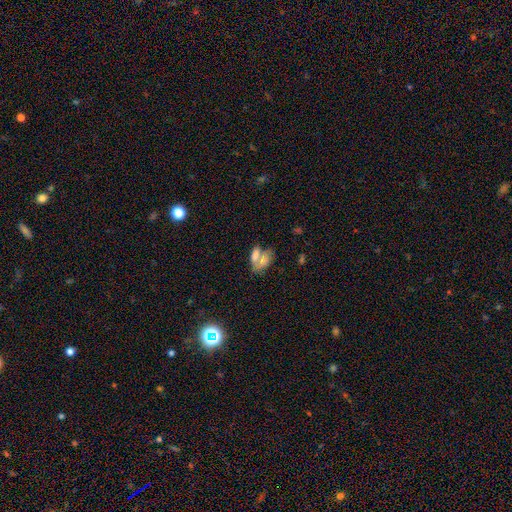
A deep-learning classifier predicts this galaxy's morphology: A smooth galaxy with no disk features (69%) that is in between round and cigar-shaped (85%).

Vote fractions:
- Smooth or featured? smooth: 69% / featured or disk: 19% / star or artifact: 12%
- How rounded? in between: 85% / round: 10% / cigar-shaped: 6%
- Merging? merger: 54% / none: 30% / minor disturbance: 10% / major disturbance: 6%